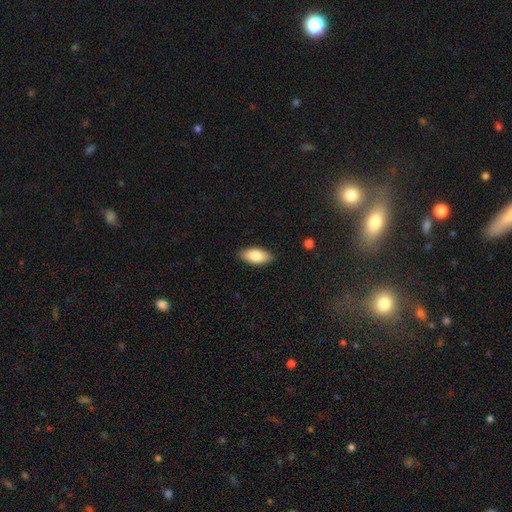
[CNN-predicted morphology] smooth-or-featured: smooth: 85% | featured or disk: 9% | star or artifact: 6%
  how-rounded: in between: 90% | cigar-shaped: 7% | round: 2%
  merging: none: 86% | minor disturbance: 10% | major disturbance: 2% | merger: 1%